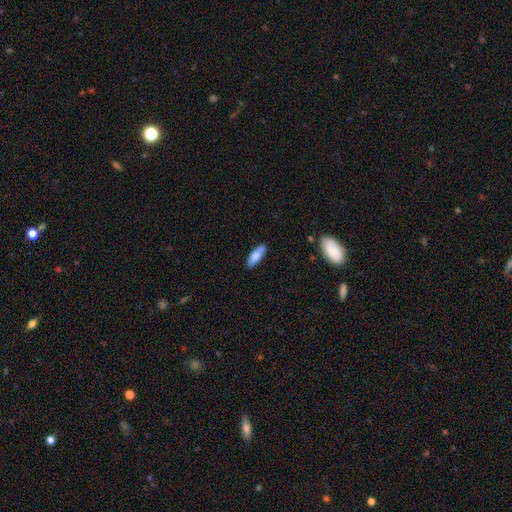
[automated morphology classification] Smooth or featured? smooth (81%)
How rounded? in between (69%)
Merging? none (82%)